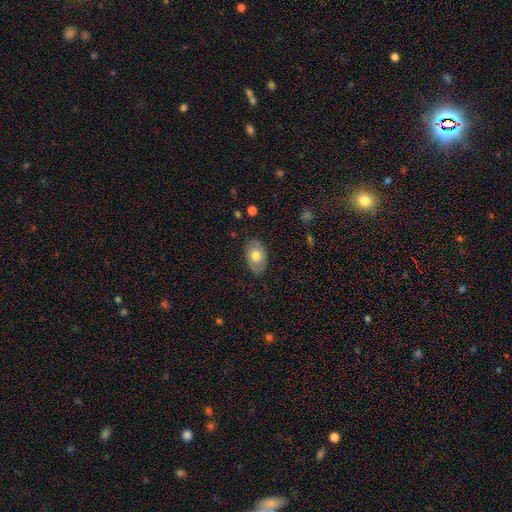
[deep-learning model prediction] Smooth or featured: smooth — 68% (featured or disk — 25%)
How rounded: in between — 88% (round — 11%)
Merging: none — 80% (minor disturbance — 16%)